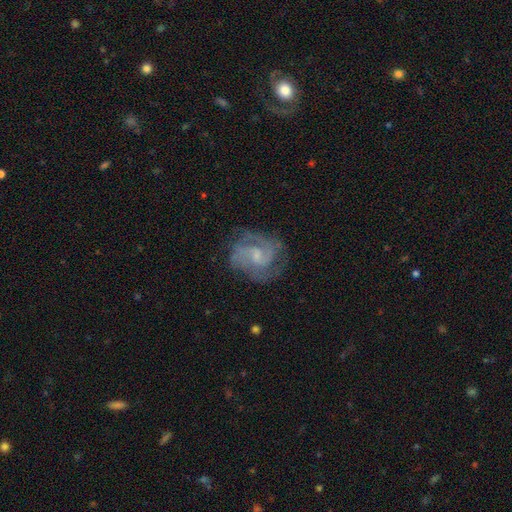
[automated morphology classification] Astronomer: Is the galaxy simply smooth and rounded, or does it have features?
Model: featured or disk — 83%.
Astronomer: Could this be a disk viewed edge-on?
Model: no — 98%.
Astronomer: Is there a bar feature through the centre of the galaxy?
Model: weak — 50% (runner-up: no, 42%).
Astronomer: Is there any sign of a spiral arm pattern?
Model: yes — 95%.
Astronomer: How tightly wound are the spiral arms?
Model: medium — 50% (runner-up: tight, 37%).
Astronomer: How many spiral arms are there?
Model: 2 — 57%.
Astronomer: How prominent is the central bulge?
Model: small — 59%.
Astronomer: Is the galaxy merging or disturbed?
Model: none — 69%.